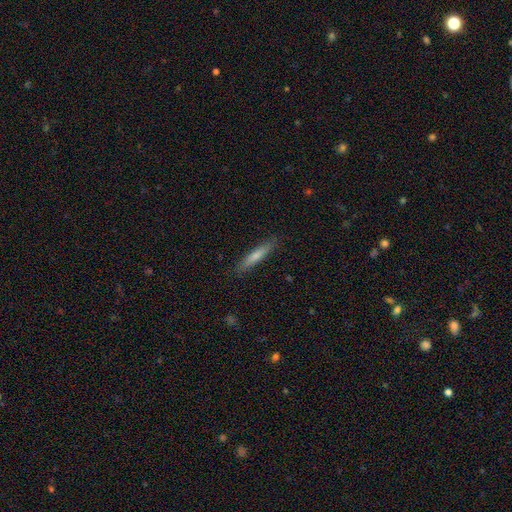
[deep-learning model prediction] smooth_or_featured: smooth (p=0.62) [alt: featured or disk p=0.32]
how_rounded: cigar-shaped (p=0.92) [alt: in between p=0.07]
merging: none (p=0.88) [alt: minor disturbance p=0.09]